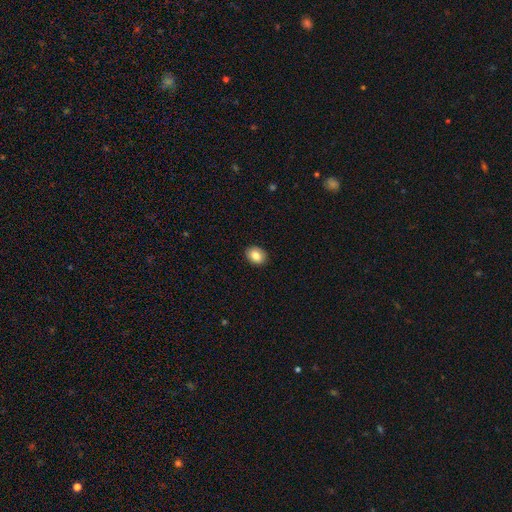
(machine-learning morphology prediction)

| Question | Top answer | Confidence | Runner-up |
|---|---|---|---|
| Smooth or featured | smooth | 84% | star or artifact (8%) |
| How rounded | in between | 56% | round (43%) |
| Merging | none | 91% | minor disturbance (7%) |